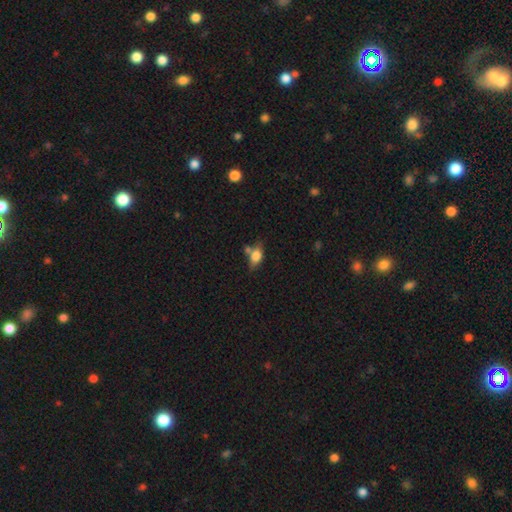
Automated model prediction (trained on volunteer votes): Morphology: type=smooth (76%); roundness=in between (80%); merging=none (51%).